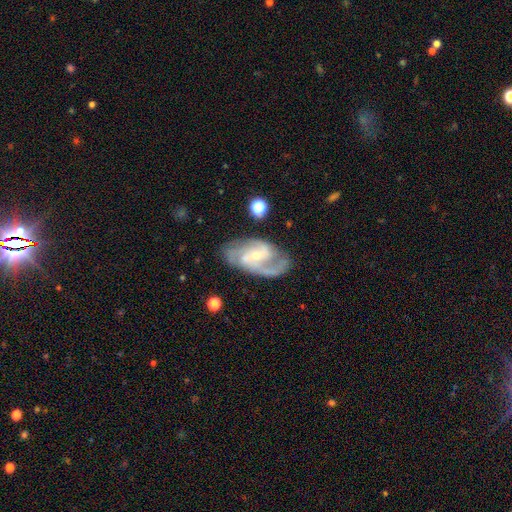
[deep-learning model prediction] Smooth or featured? Predicted: featured or disk (p=0.88). Edge-on disk? Predicted: no (p=0.97). Bar? Predicted: weak (p=0.48). Spiral arms? Predicted: yes (p=0.96). Spiral winding? Predicted: medium (p=0.53). Spiral arm count? Predicted: 2 (p=0.59). Bulge size? Predicted: small (p=0.66). Merging? Predicted: none (p=0.68).